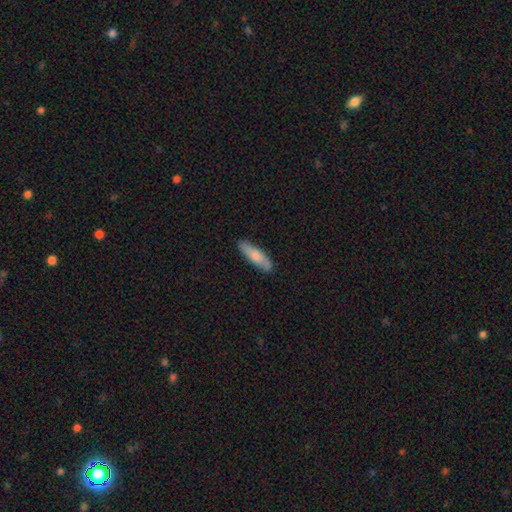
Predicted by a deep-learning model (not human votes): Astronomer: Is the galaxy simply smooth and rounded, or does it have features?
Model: smooth — 72%.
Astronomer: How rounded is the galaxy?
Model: cigar-shaped — 62%.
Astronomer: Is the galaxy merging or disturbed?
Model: none — 85%.